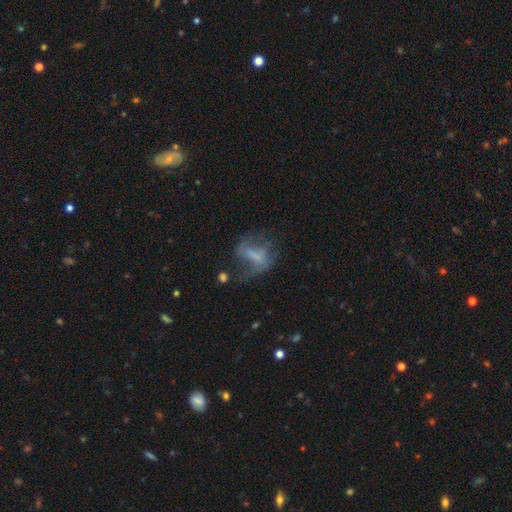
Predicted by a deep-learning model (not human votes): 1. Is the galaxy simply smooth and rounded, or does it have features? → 49% featured or disk, 37% smooth, 14% star or artifact.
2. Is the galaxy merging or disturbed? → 41% major disturbance, 33% none, 21% minor disturbance, 5% merger.